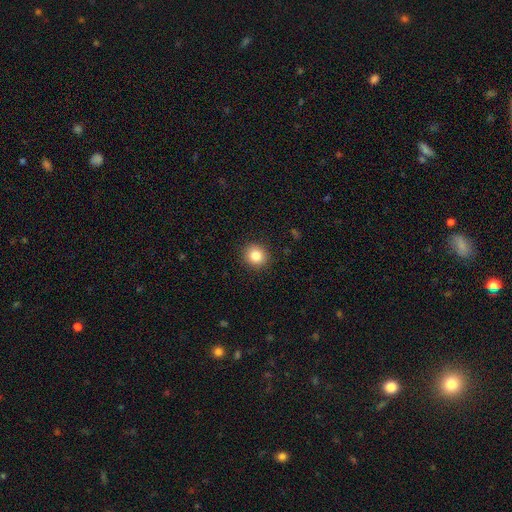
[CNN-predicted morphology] Smooth or featured? Predicted: smooth (p=0.84). How rounded? Predicted: round (p=0.88). Merging? Predicted: none (p=0.91).